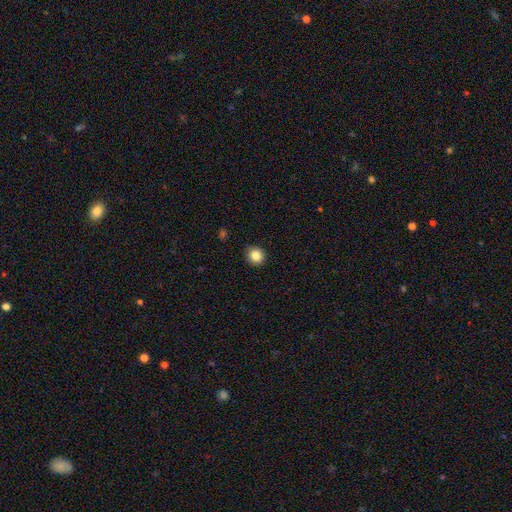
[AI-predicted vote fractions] Smooth or featured?
  - smooth: 85% *
  - star or artifact: 10%
  - featured or disk: 5%
How rounded?
  - round: 87% *
  - in between: 12%
  - cigar-shaped: 1%
Merging?
  - none: 91% *
  - minor disturbance: 6%
  - major disturbance: 2%
  - merger: 1%